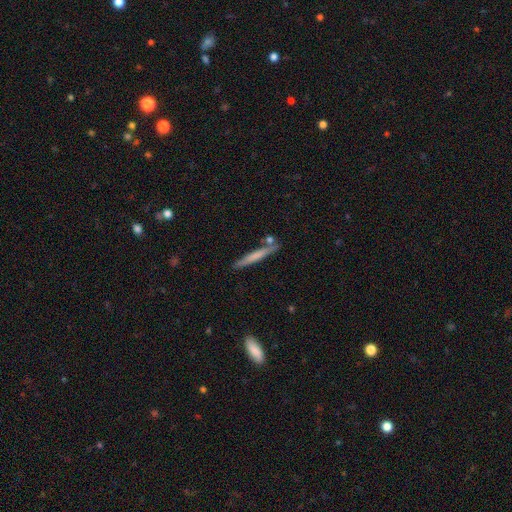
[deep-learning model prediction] Overall: smooth (58%; featured or disk 36%). How rounded: cigar-shaped (96%). Merging: none (82%).